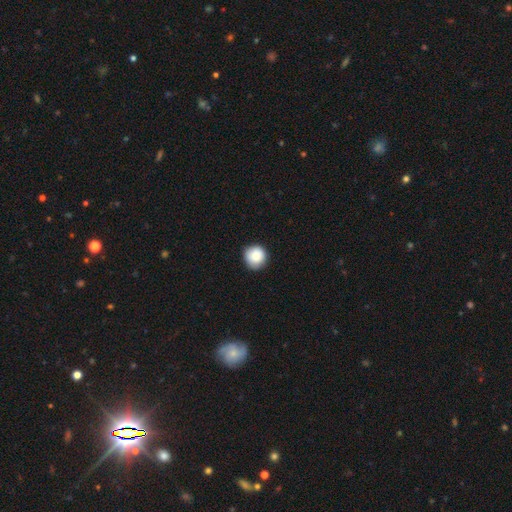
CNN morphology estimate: smooth 87%, star or artifact 8%, featured or disk 5%. Down the decision tree: how rounded — round (94%); merging — none (84%).